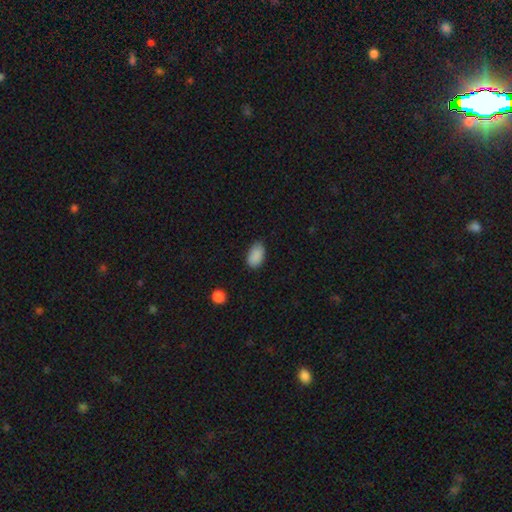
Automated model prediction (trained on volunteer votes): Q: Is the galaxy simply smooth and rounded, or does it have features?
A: smooth — 88%.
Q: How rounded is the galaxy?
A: in between — 92%.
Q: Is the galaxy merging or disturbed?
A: none — 77%.